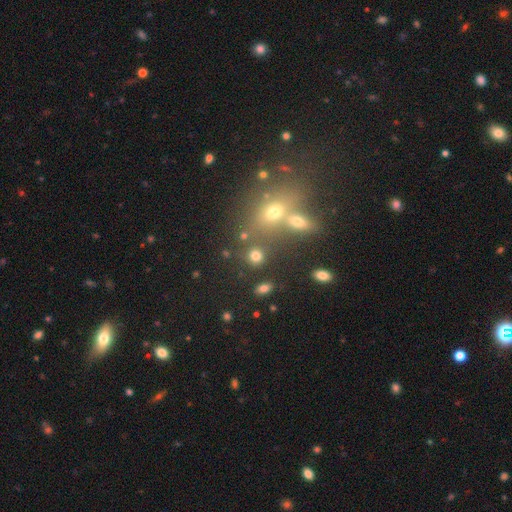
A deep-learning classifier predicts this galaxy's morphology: type=smooth (75%); roundness=round (66%); merging=none (68%).